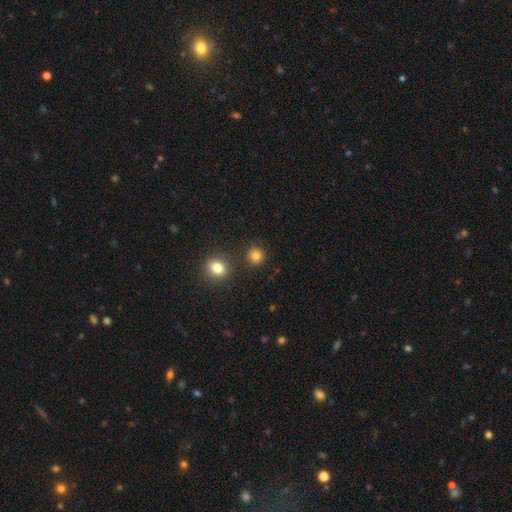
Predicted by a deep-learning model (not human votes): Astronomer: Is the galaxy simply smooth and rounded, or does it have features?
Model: smooth — 82%.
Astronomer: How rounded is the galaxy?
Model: round — 90%.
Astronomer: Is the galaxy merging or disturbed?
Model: none — 86%.